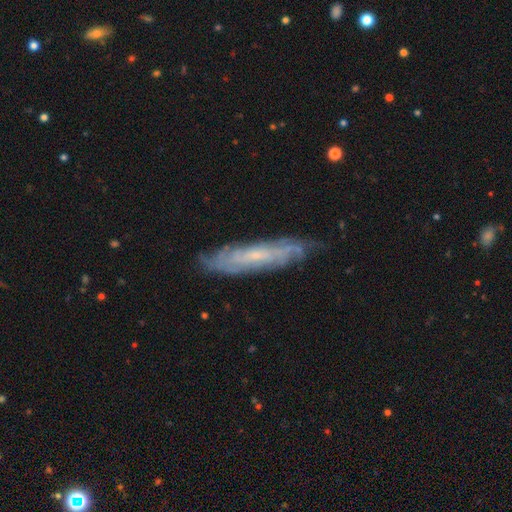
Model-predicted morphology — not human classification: Smooth or featured?
  - featured or disk: 71% *
  - smooth: 22%
  - star or artifact: 7%
Edge-on disk?
  - no: 61% *
  - yes: 39%
Merging?
  - none: 78% *
  - minor disturbance: 17%
  - major disturbance: 4%
  - merger: 1%